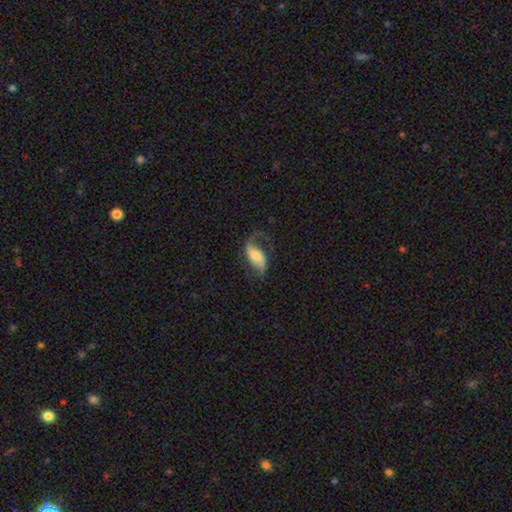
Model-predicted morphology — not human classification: Overall: featured or disk (70%). Edge-on disk: no (94%). Bar: no (37%; weak 36%). Spiral arms: yes (91%). Spiral arm count: 2 (73%). Spiral winding: loose (70%). Bulge size: moderate (53%; small 26%). Merging: none (57%; major disturbance 21%).